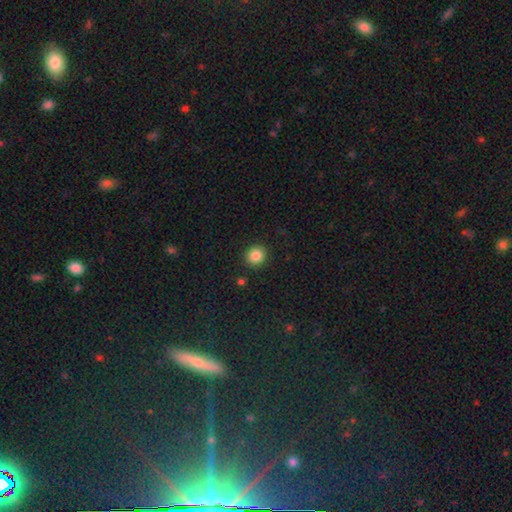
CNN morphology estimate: smooth_or_featured: smooth (p=0.85) [alt: star or artifact p=0.11]
how_rounded: round (p=0.89) [alt: in between p=0.10]
merging: none (p=0.91) [alt: minor disturbance p=0.06]